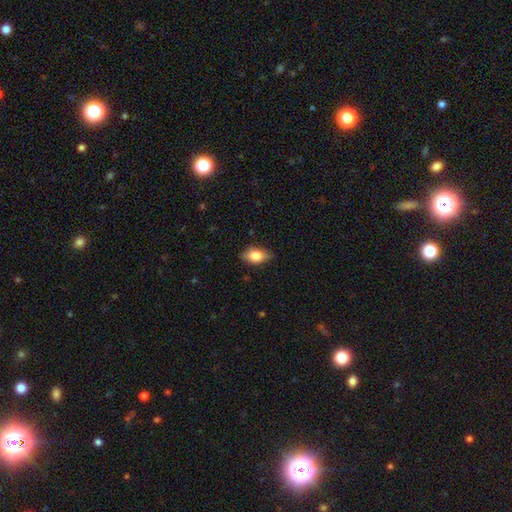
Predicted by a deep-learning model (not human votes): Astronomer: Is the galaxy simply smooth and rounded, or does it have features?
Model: smooth — 79%.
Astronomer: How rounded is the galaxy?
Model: in between — 87%.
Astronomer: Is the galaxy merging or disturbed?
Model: none — 79%.